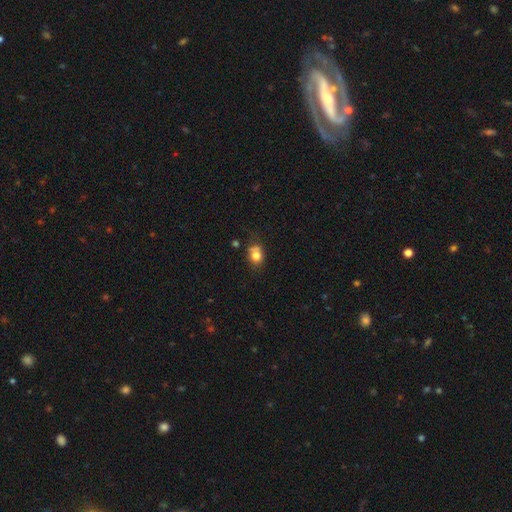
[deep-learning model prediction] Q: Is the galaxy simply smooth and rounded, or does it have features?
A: smooth — 76%.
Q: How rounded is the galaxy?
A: round — 56%.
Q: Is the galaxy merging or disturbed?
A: none — 49%.